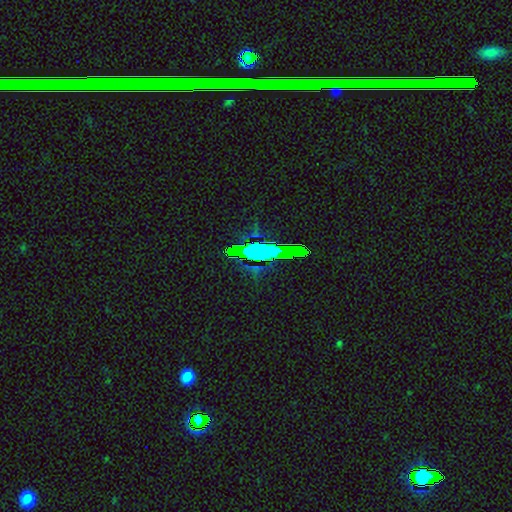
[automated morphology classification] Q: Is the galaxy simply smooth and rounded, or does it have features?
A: star or artifact — 63%.